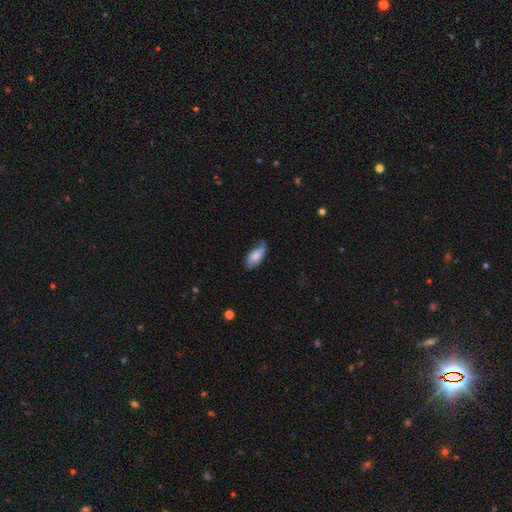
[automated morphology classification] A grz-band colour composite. It shows a smooth galaxy with no disk features (65%) that is in between round and cigar-shaped (87%). Merging: none (51%).